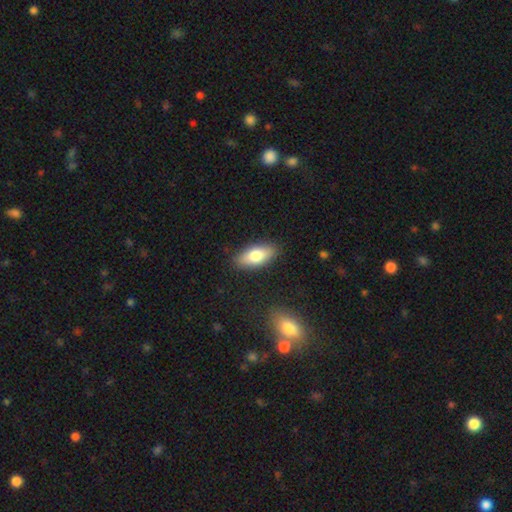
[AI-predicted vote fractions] A smooth galaxy with no disk features (76%) that is in between round and cigar-shaped (84%). Merging: none (87%).